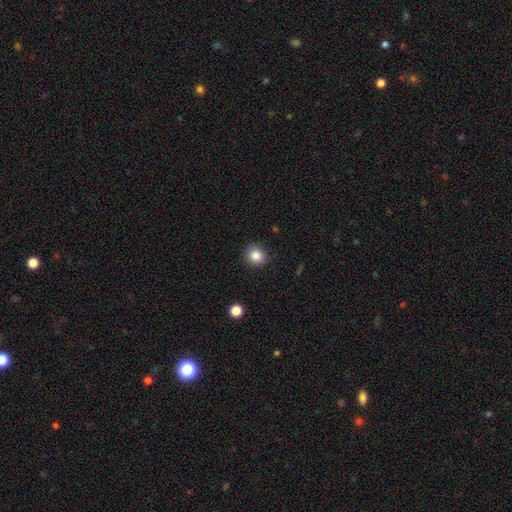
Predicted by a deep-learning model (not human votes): This is clearly a smooth galaxy (85%). How rounded: clearly round (86%). Merging: clearly none (89%).